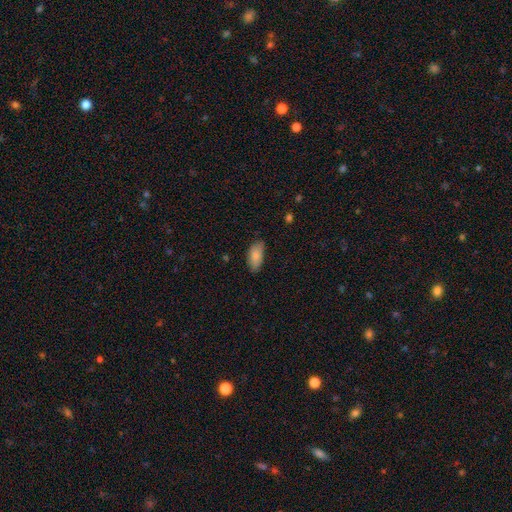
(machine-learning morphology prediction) This appears to be a smooth galaxy with no disk features (85%) that is in between round and cigar-shaped (92%). Merging: none (77%).